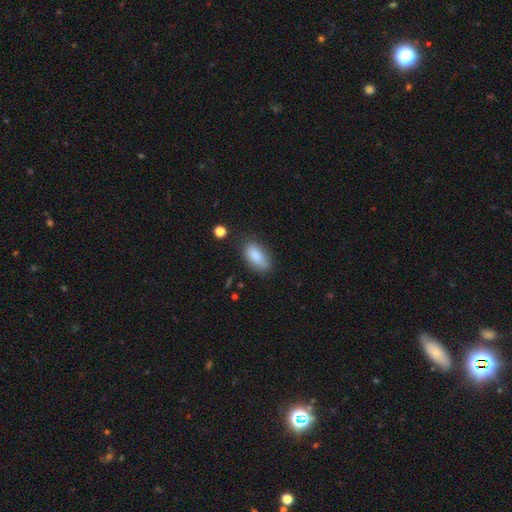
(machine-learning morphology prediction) smooth_or_featured: smooth (p=0.86) [alt: star or artifact p=0.07]
how_rounded: in between (p=0.89) [alt: cigar-shaped p=0.08]
merging: none (p=0.74) [alt: minor disturbance p=0.19]